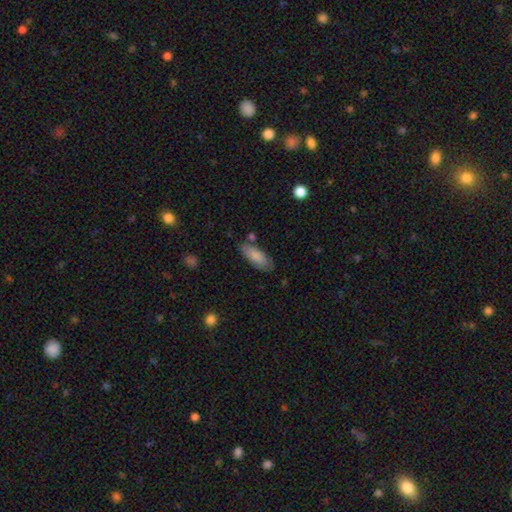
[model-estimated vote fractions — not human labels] A smooth galaxy with no disk features (82%) that is in between round and cigar-shaped (75%).

Vote fractions:
- Smooth or featured? smooth: 82% / featured or disk: 11% / star or artifact: 6%
- How rounded? in between: 75% / cigar-shaped: 23% / round: 2%
- Merging? none: 72% / minor disturbance: 19% / merger: 5% / major disturbance: 4%